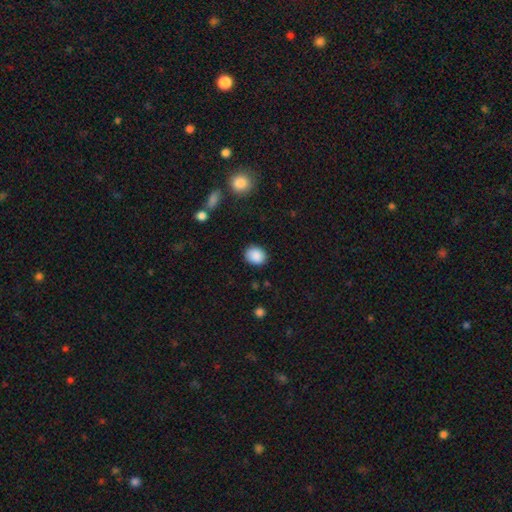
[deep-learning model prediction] smooth-or-featured: smooth: 89% | star or artifact: 8% | featured or disk: 3%
  how-rounded: round: 54% | in between: 45% | cigar-shaped: 1%
  merging: none: 87% | minor disturbance: 10% | major disturbance: 2% | merger: 1%